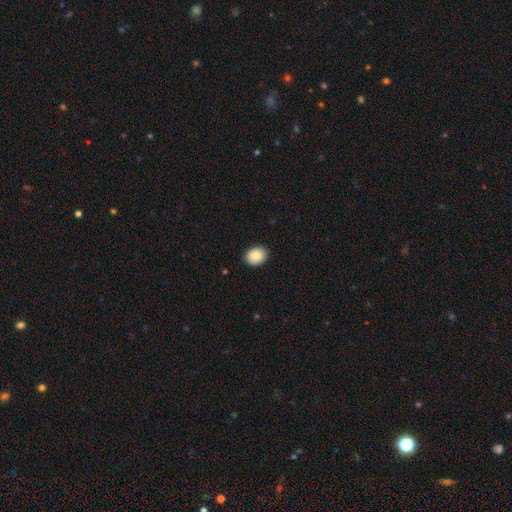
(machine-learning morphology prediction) Q: Smooth or featured?
A: smooth (83%); runner-up: featured or disk (9%)
Q: How rounded?
A: round (54%); runner-up: in between (46%)
Q: Merging?
A: none (89%); runner-up: minor disturbance (8%)